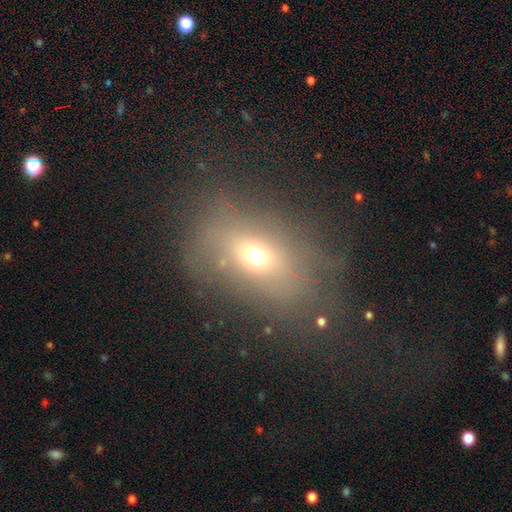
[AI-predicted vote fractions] A smooth galaxy with no disk features (59%) that is in between round and cigar-shaped (67%). Merging: none (52%).